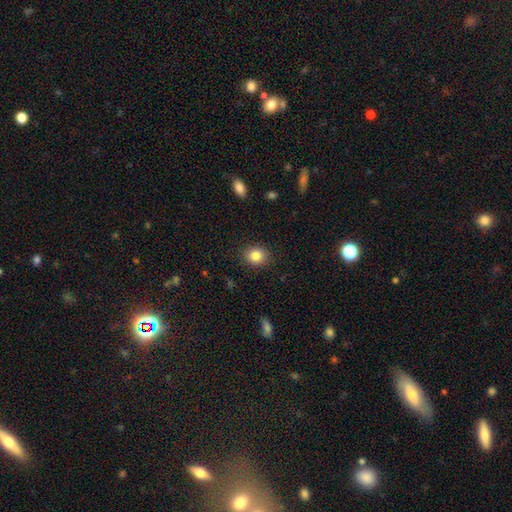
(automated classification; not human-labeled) This is clearly a smooth galaxy (84%). How rounded: likely round (68%). Merging: clearly none (89%).